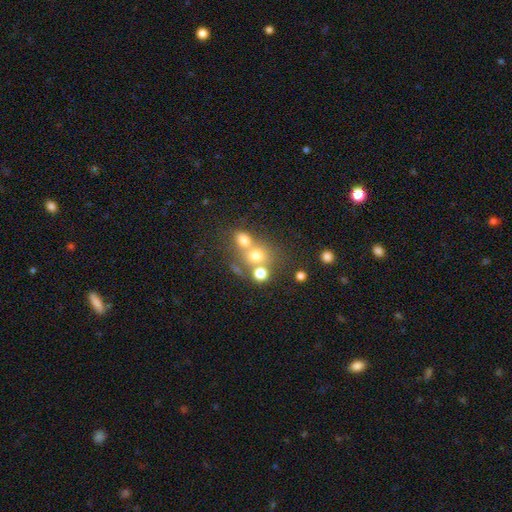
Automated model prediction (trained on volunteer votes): Q: Smooth or featured?
A: smooth (64%); runner-up: featured or disk (18%)
Q: How rounded?
A: round (74%); runner-up: in between (25%)
Q: Merging?
A: merger (49%); runner-up: none (38%)